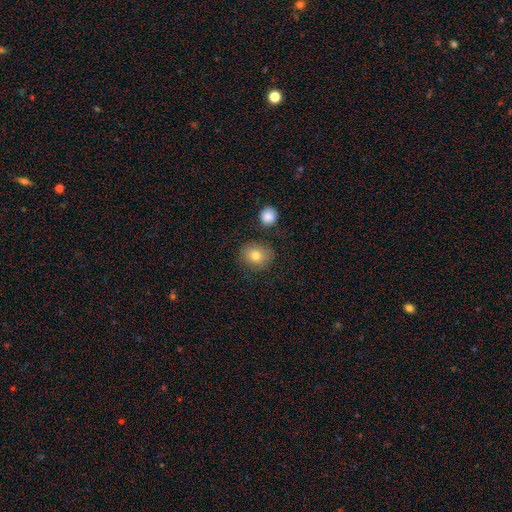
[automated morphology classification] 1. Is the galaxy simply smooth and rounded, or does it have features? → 78% smooth, 12% featured or disk, 11% star or artifact.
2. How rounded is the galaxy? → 76% round, 24% in between, 1% cigar-shaped.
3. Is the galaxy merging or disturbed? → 80% none, 12% minor disturbance, 4% merger, 4% major disturbance.